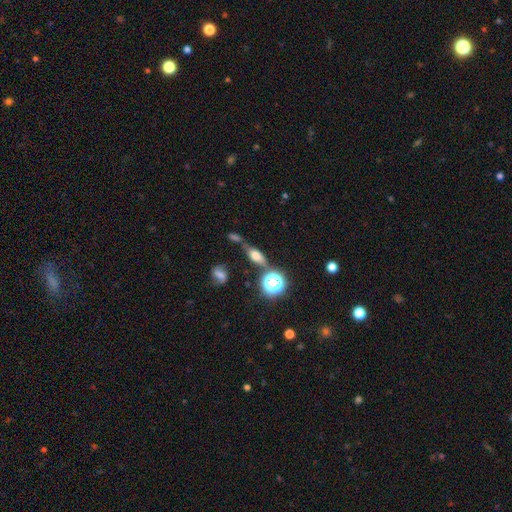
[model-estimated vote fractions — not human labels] The model was most divided on "smooth or featured": smooth: 53%, featured or disk: 28%, star or artifact: 19%. More confident: merging — none (61%); how rounded — in between (59%).